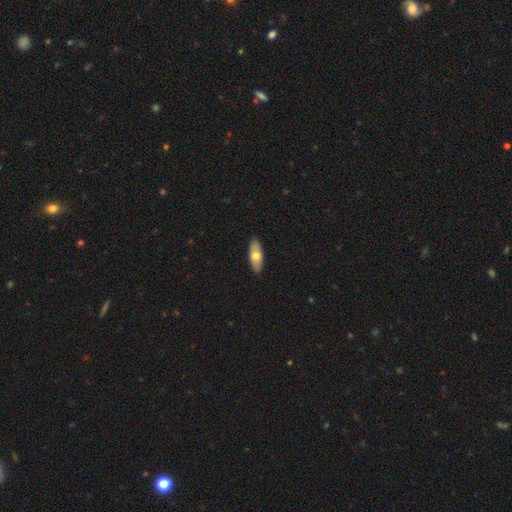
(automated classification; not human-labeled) Smooth or featured? smooth (67%)
How rounded? in between (79%)
Merging? none (89%)